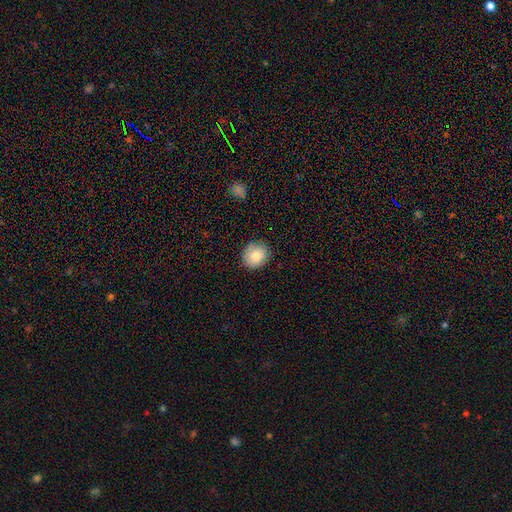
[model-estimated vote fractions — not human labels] smooth-or-featured: smooth: 83% | featured or disk: 9% | star or artifact: 8%
  how-rounded: round: 77% | in between: 22% | cigar-shaped: 1%
  merging: none: 84% | minor disturbance: 13% | major disturbance: 3% | merger: 1%